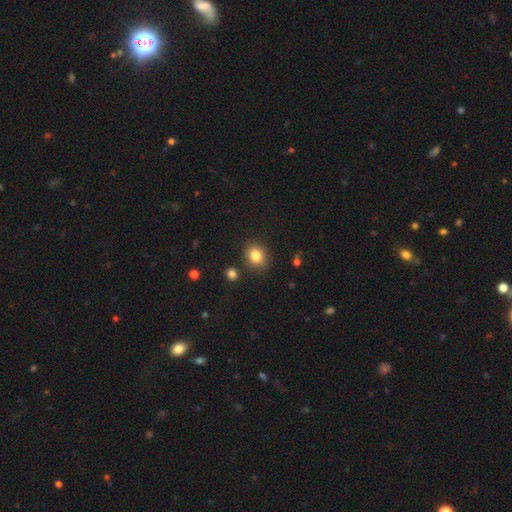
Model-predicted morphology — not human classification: Smooth or featured? smooth (83%)
How rounded? round (59%)
Merging? none (82%)